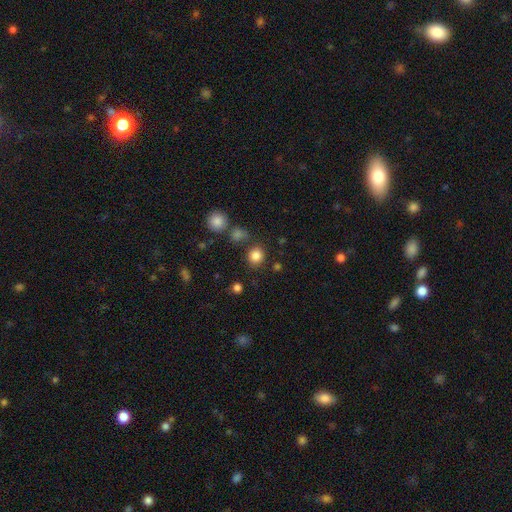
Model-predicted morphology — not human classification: Smooth or featured? Predicted: smooth (p=0.84). How rounded? Predicted: round (p=0.85). Merging? Predicted: none (p=0.81).